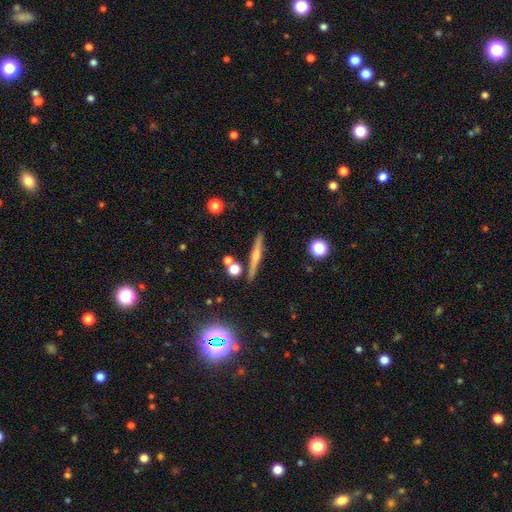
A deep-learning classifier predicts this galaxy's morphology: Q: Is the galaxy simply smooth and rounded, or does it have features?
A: featured or disk — 60%.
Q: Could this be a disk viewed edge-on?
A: yes — 97%.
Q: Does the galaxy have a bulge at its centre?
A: rounded — 71%.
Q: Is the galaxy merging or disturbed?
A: none — 87%.